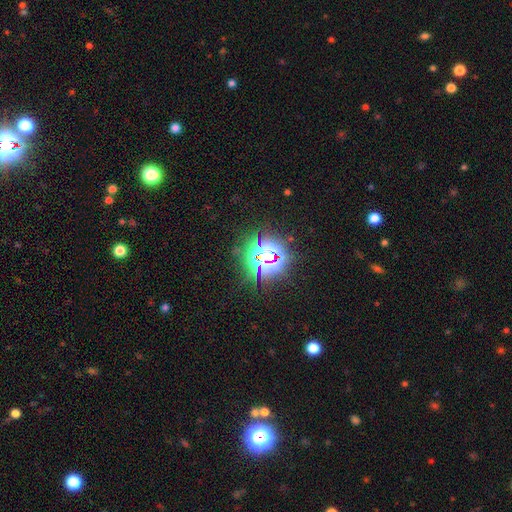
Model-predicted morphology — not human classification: type=star or artifact (83%).